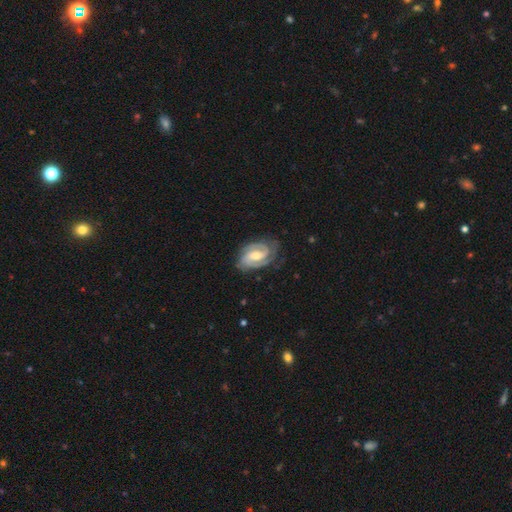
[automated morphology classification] A featured or disk galaxy (89%) with a weak bar (46%), 2 (64%) tight (59%) spiral arms (98%) and a moderate central bulge (61%).

Vote fractions:
- Smooth or featured? featured or disk: 89% / smooth: 7% / star or artifact: 4%
- Edge-on disk? no: 97% / yes: 3%
- Bar? weak: 46% / no: 32% / strong: 22%
- Spiral arms? yes: 98% / no: 2%
- Spiral winding? tight: 59% / medium: 35% / loose: 7%
- Spiral arm count? 2: 64% / 3: 20% / can't tell: 8% / 1: 3% / 4: 3% / more than 4: 2%
- Bulge size? moderate: 61% / small: 33% / large: 4% / none: 2% / dominant: 1%
- Merging? none: 76% / minor disturbance: 17% / major disturbance: 6% / merger: 1%